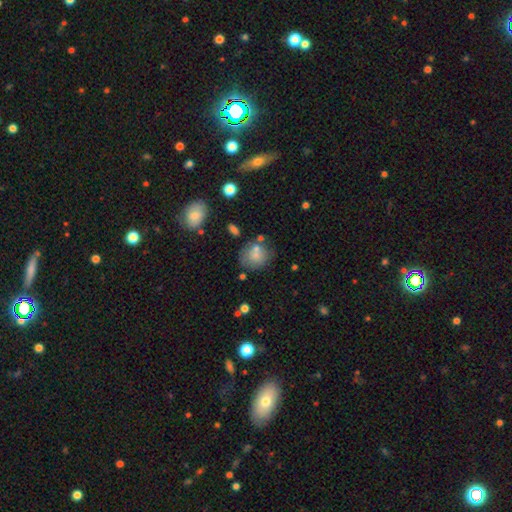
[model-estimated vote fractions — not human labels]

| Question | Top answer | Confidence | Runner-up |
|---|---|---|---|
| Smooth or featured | smooth | 74% | featured or disk (16%) |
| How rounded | round | 74% | in between (25%) |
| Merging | none | 58% | minor disturbance (21%) |